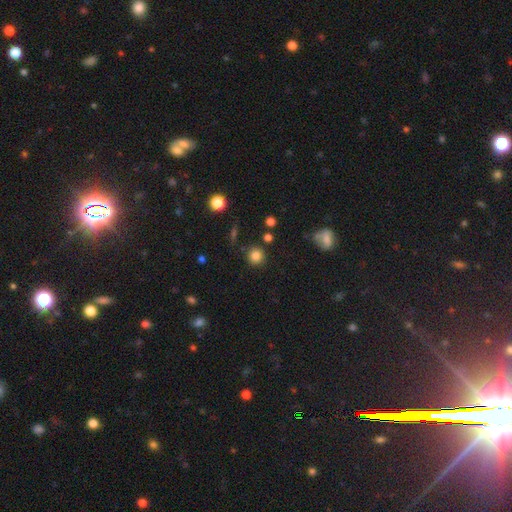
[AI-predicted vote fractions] Overall: smooth (83%). How rounded: round (91%). Merging: none (86%).